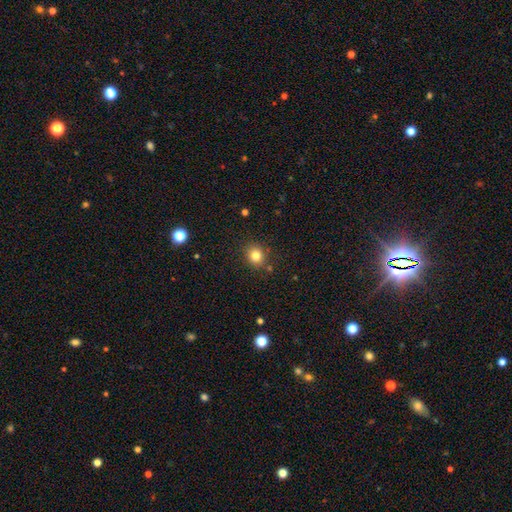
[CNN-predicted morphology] This appears to be a smooth galaxy with no disk features (81%) that is round (74%). Merging: none (85%).